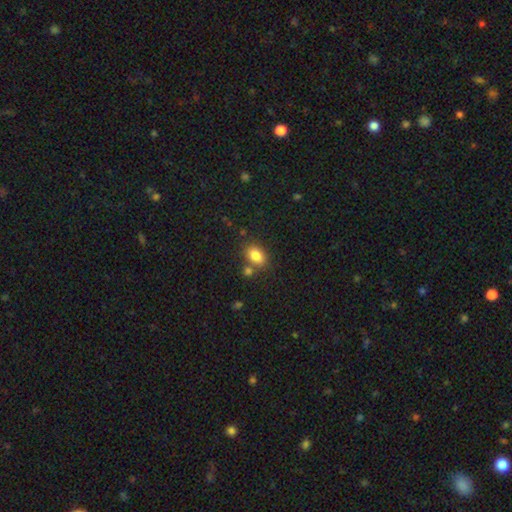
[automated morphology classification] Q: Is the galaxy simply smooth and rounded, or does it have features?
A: smooth — 84%.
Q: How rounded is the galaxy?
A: in between — 83%.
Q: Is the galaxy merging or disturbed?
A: none — 66%.